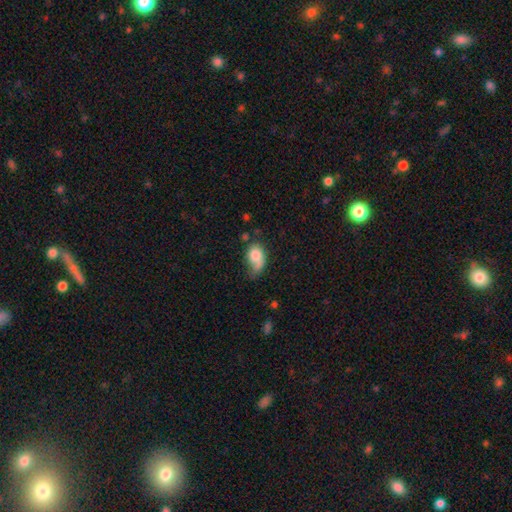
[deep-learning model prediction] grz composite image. It shows a smooth galaxy with no disk features (71%) that is in between round and cigar-shaped (74%). Merging: none (31%).